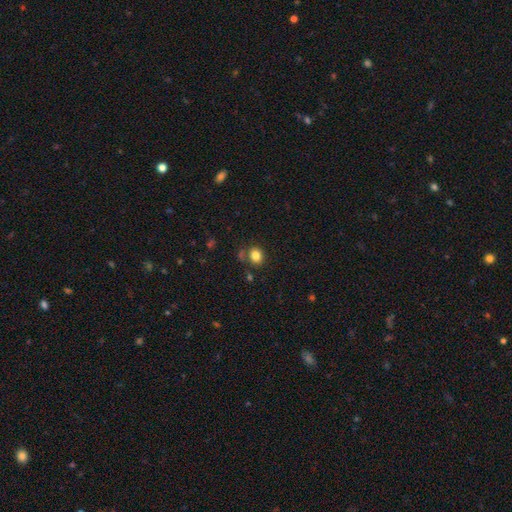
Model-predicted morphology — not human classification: This appears to be a smooth galaxy with no disk features (82%) that is round (64%). Merging: none (77%).